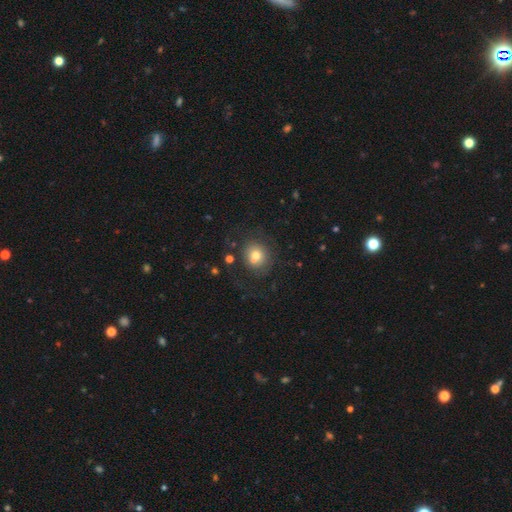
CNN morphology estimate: Smooth or featured?
  - smooth: 70% *
  - featured or disk: 18%
  - star or artifact: 12%
How rounded?
  - round: 80% *
  - in between: 19%
  - cigar-shaped: 1%
Merging?
  - none: 57% *
  - merger: 21%
  - minor disturbance: 14%
  - major disturbance: 8%